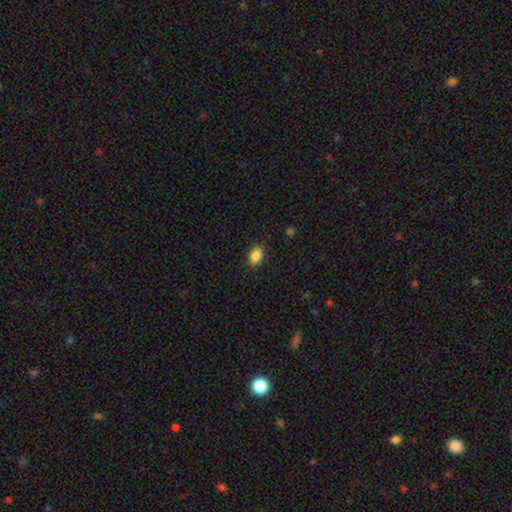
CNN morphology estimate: This is clearly a smooth galaxy (86%). How rounded: clearly in between (84%). Merging: clearly none (87%).